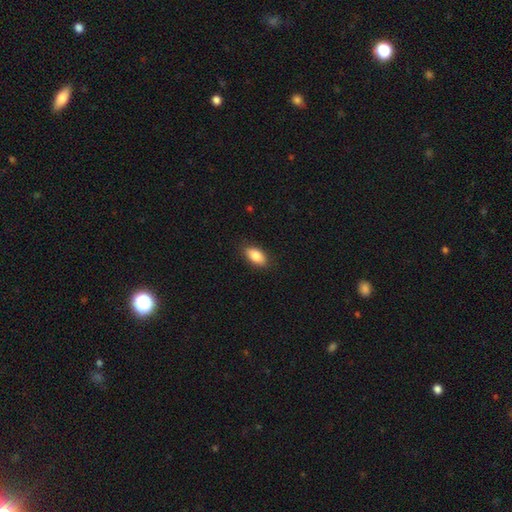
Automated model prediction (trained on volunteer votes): smooth 85%, featured or disk 8%, star or artifact 7%. Down the decision tree: how rounded — in between (91%); merging — none (86%).